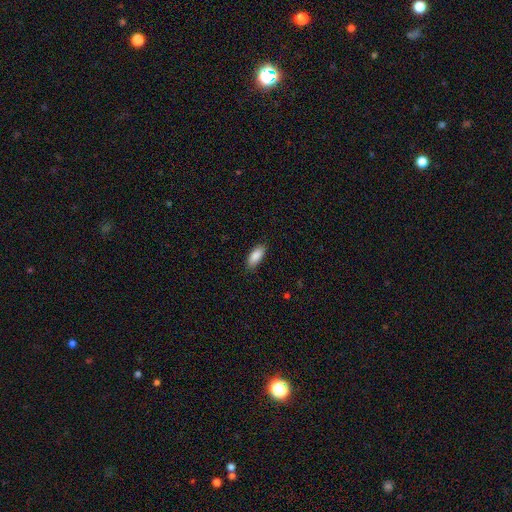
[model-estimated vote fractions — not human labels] smooth_or_featured: smooth (p=0.89) [alt: star or artifact p=0.06]
how_rounded: in between (p=0.84) [alt: cigar-shaped p=0.14]
merging: none (p=0.84) [alt: minor disturbance p=0.12]